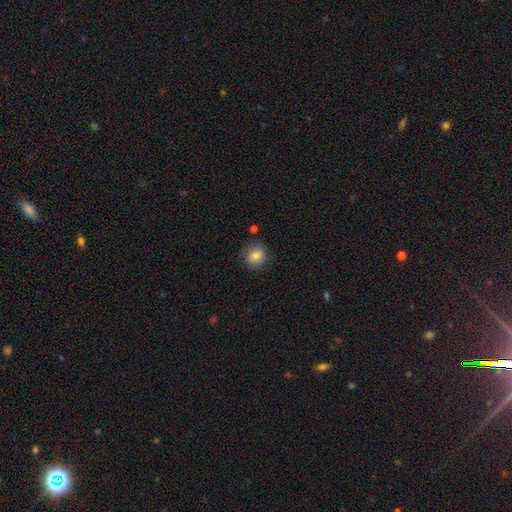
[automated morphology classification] smooth 82%, star or artifact 9%, featured or disk 8%. Down the decision tree: how rounded — round (76%); merging — none (82%).